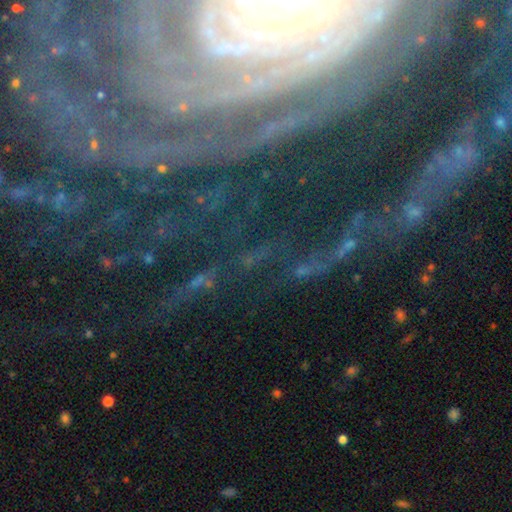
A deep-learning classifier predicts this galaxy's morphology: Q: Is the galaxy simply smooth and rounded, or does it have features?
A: featured or disk — 46%.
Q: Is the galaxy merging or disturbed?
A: none — 68%.